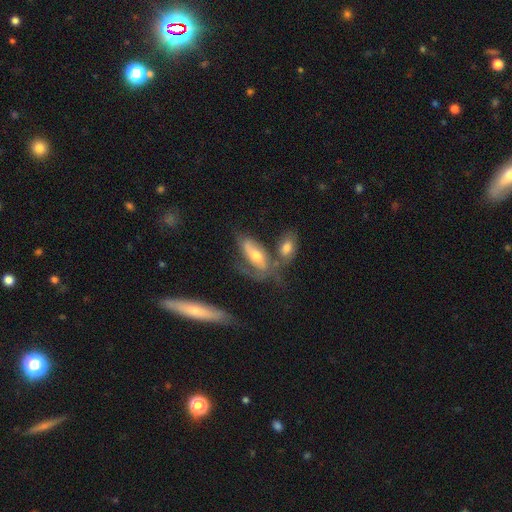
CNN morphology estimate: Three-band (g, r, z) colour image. It shows a featured or disk galaxy (55%). Merging: merger (32%).